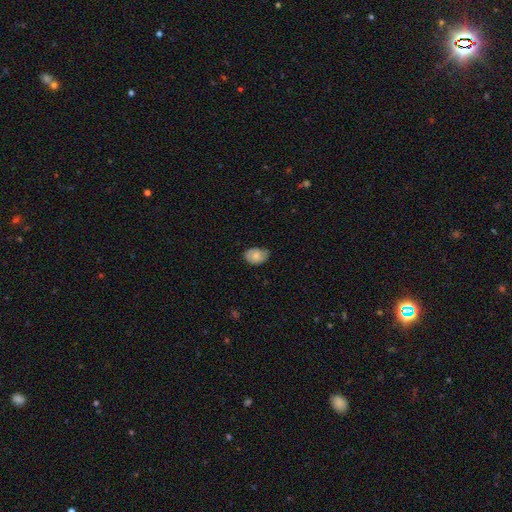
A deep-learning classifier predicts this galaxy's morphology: type=smooth (77%); roundness=in between (78%); merging=none (65%).